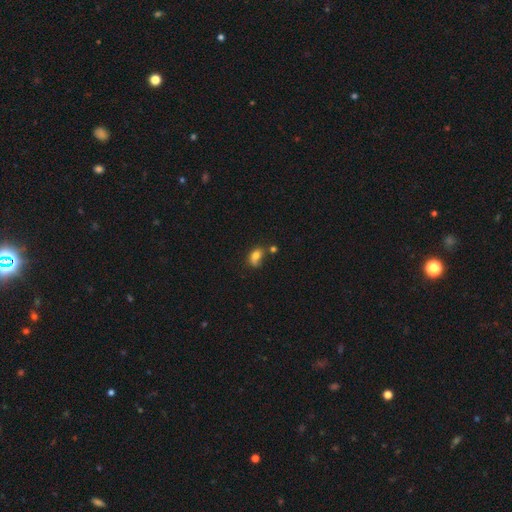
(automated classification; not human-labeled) Smooth or featured? smooth (72%)
How rounded? in between (75%)
Merging? none (36%)